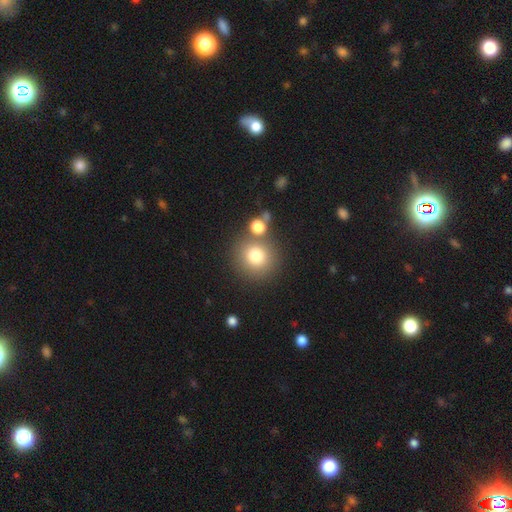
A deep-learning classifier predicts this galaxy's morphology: Smooth or featured?
  - smooth: 78% *
  - star or artifact: 12%
  - featured or disk: 10%
How rounded?
  - round: 91% *
  - in between: 8%
  - cigar-shaped: 1%
Merging?
  - none: 73% *
  - merger: 14%
  - minor disturbance: 9%
  - major disturbance: 4%